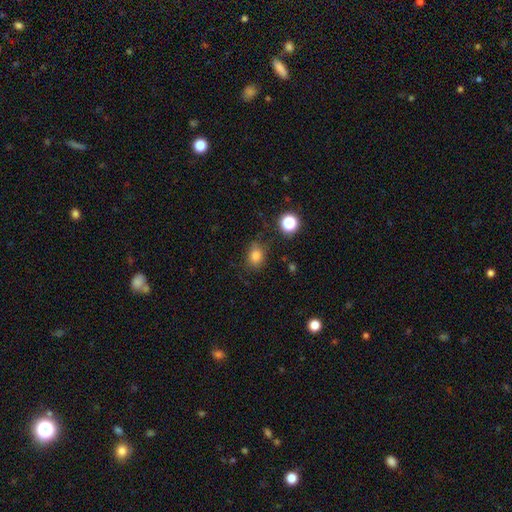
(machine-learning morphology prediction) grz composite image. It shows a smooth galaxy with no disk features (80%) that is in between round and cigar-shaped (55%). Merging: none (73%).